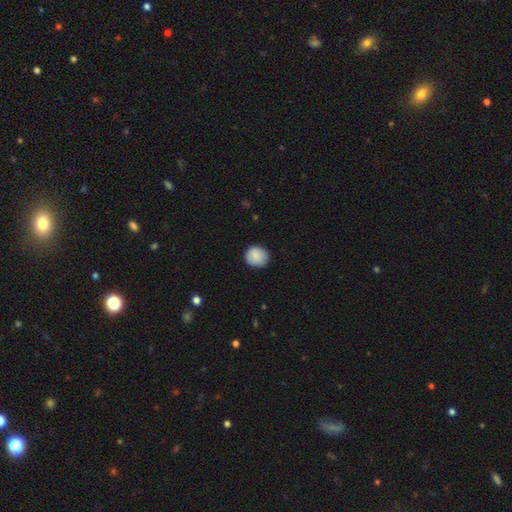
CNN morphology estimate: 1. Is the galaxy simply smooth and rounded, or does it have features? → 87% smooth, 7% star or artifact, 6% featured or disk.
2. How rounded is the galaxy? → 89% round, 10% in between, 1% cigar-shaped.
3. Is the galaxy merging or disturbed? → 85% none, 11% minor disturbance, 2% major disturbance, 1% merger.